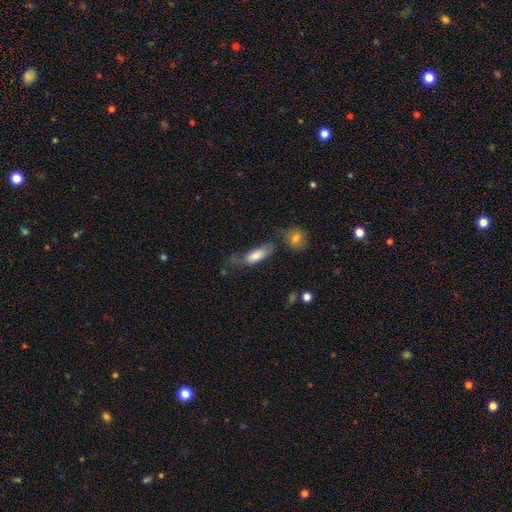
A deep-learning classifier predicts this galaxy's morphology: The model was most divided on "merging": none: 40%, minor disturbance: 28%, major disturbance: 22%, merger: 10%. More confident: how rounded — in between (73%); smooth or featured — smooth (72%).